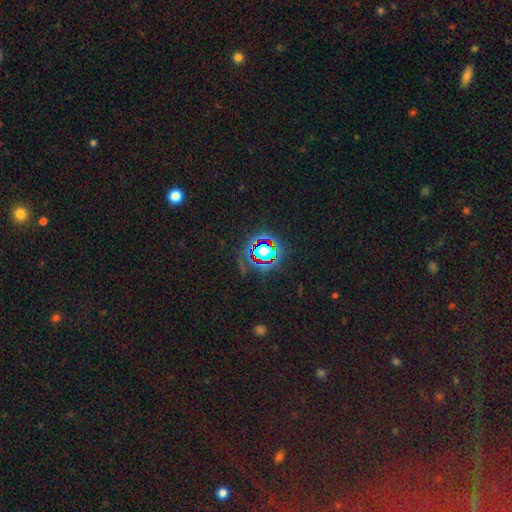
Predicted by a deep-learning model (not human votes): A star or artifact, not a galaxy (81%).